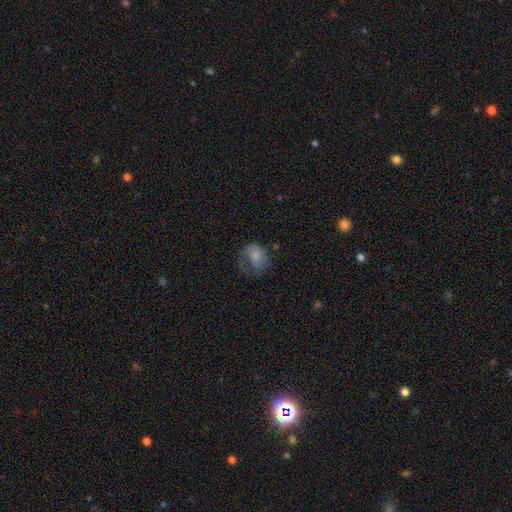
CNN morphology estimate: Smooth or featured? smooth (65%)
How rounded? round (51%)
Merging? major disturbance (38%)